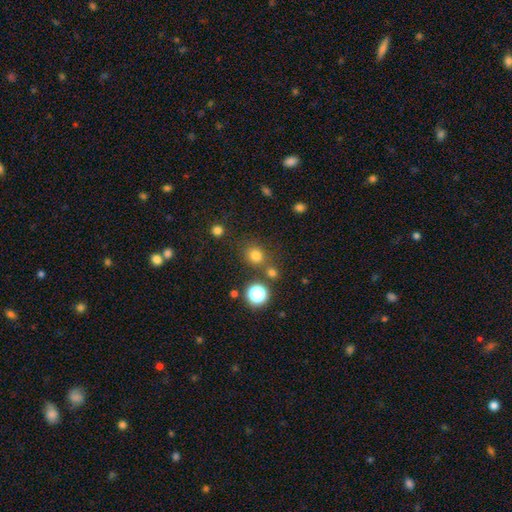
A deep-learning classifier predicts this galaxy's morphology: smooth-or-featured: smooth: 75% | star or artifact: 19% | featured or disk: 6%
  how-rounded: round: 83% | in between: 16% | cigar-shaped: 1%
  merging: none: 73% | merger: 12% | minor disturbance: 10% | major disturbance: 4%